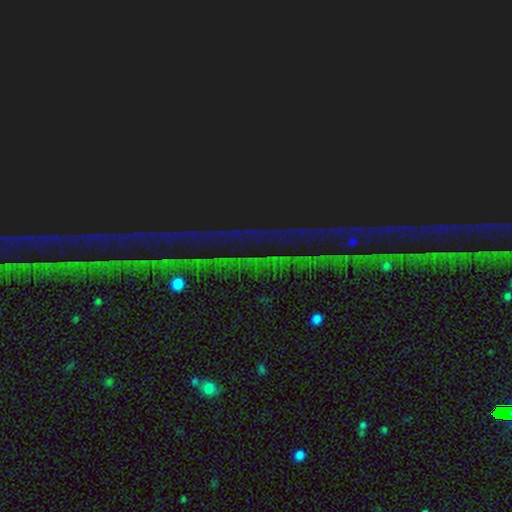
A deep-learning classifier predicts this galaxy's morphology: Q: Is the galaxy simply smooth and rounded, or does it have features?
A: star or artifact — 85%.